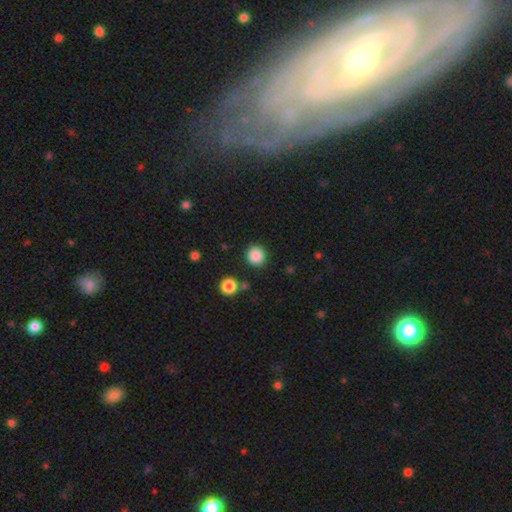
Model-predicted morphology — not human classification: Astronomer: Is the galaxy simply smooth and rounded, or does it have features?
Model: smooth — 87%.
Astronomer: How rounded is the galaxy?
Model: round — 91%.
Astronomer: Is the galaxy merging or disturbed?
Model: none — 88%.